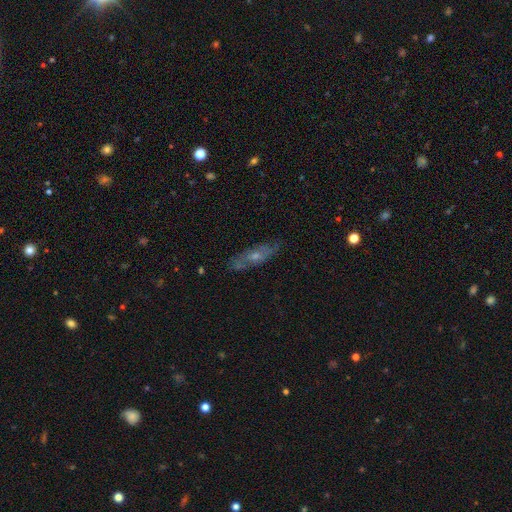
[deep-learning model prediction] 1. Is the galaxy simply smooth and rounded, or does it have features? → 62% featured or disk, 28% smooth, 10% star or artifact.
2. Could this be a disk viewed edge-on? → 65% no, 35% yes.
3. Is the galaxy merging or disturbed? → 81% none, 14% minor disturbance, 3% major disturbance, 2% merger.